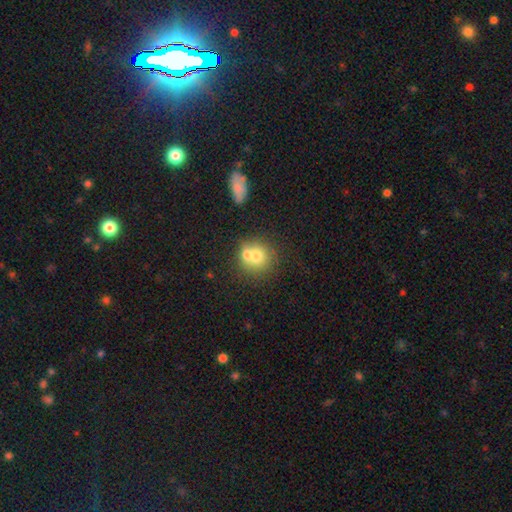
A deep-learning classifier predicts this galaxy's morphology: type=smooth (69%); roundness=round (83%); merging=merger (46%).